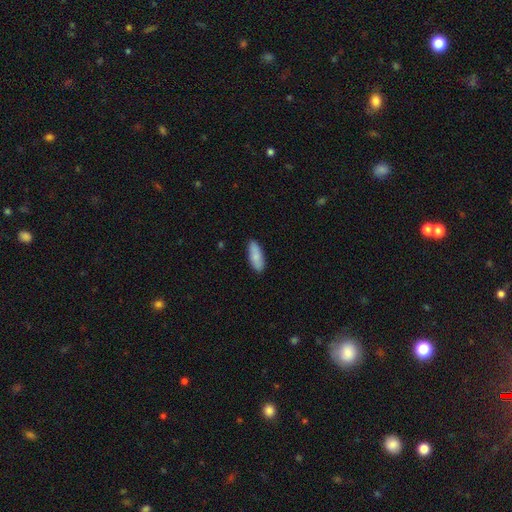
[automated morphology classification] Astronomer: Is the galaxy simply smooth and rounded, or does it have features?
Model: smooth — 83%.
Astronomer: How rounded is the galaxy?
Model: in between — 72%.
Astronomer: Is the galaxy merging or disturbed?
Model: none — 85%.